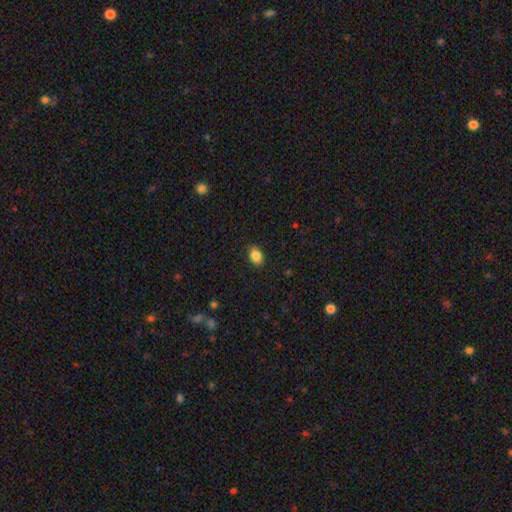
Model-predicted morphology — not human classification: This appears to be a smooth galaxy with no disk features (86%) that is in between round and cigar-shaped (81%). Merging: none (87%).